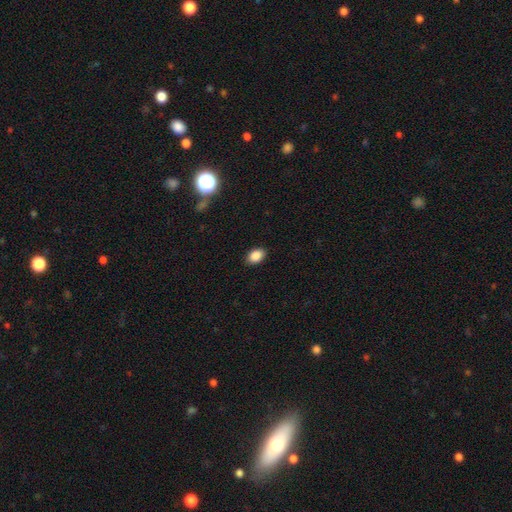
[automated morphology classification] type=smooth (88%); roundness=in between (84%); merging=none (89%).